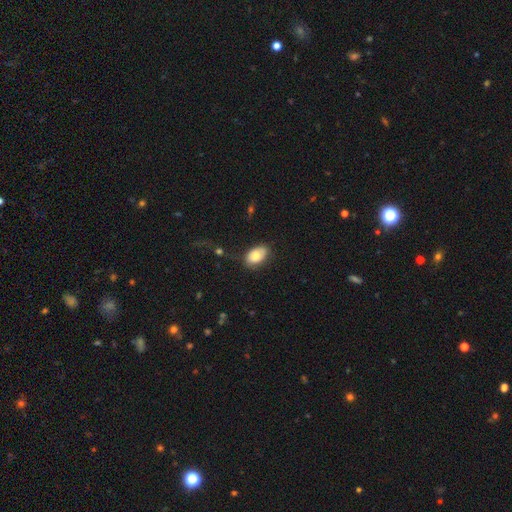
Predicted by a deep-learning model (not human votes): smooth 77%, featured or disk 16%, star or artifact 7%. Down the decision tree: how rounded — in between (91%); merging — none (71%).